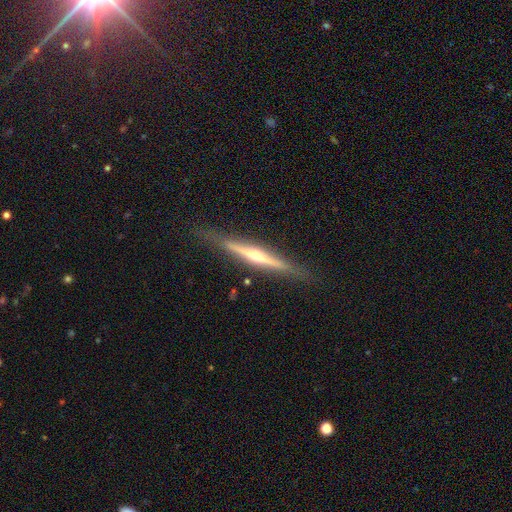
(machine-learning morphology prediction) Smooth or featured? featured or disk (77%)
Edge-on disk? yes (97%)
Edge-on bulge? rounded (75%)
Merging? none (87%)